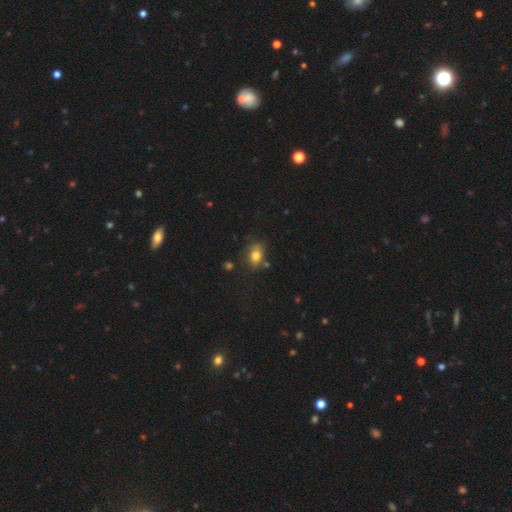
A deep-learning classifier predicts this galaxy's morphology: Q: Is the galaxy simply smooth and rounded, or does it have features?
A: smooth — 79%.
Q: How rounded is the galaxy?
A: in between — 71%.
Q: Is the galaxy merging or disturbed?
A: none — 69%.